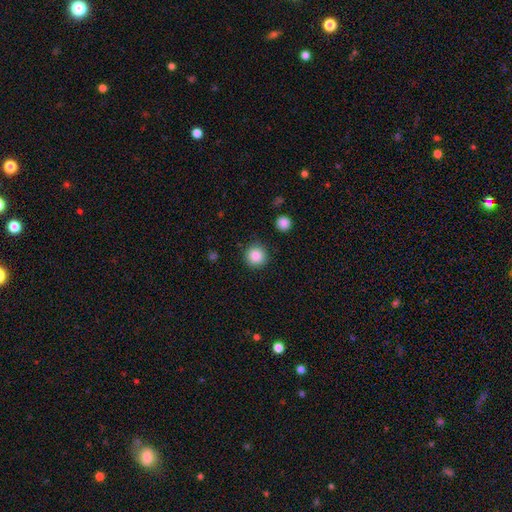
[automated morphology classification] Overall: smooth (87%). How rounded: round (95%). Merging: none (89%).